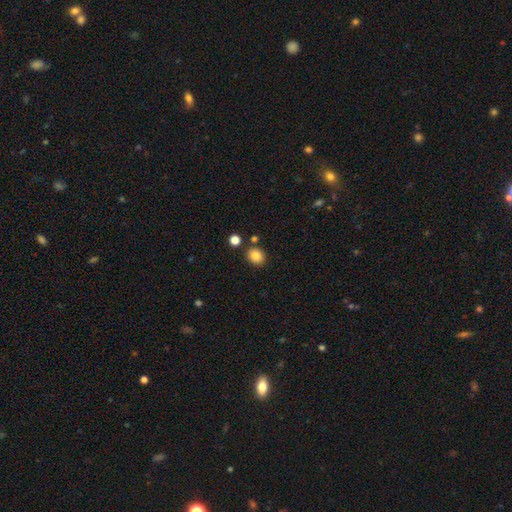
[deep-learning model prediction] Morphology: type=smooth (84%); roundness=round (68%); merging=none (82%).